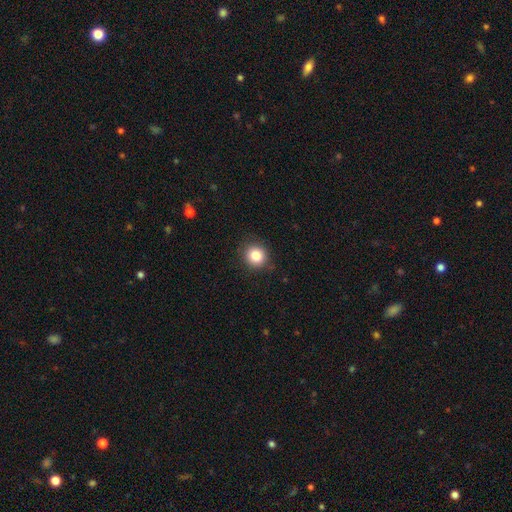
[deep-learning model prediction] Q: Smooth or featured?
A: smooth (85%); runner-up: star or artifact (10%)
Q: How rounded?
A: round (91%); runner-up: in between (8%)
Q: Merging?
A: none (88%); runner-up: minor disturbance (9%)